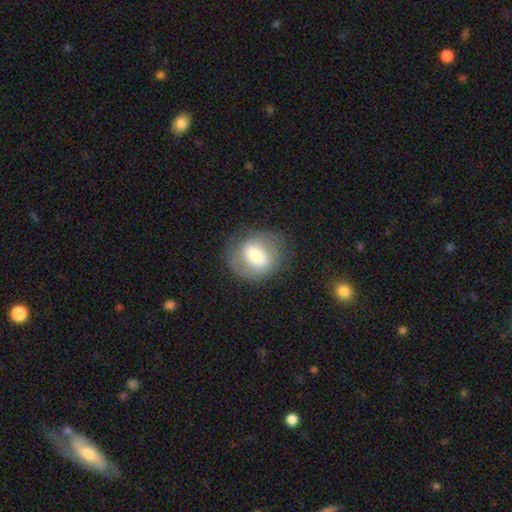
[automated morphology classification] Smooth or featured? Predicted: smooth (p=0.52). How rounded? Predicted: round (p=0.67). Merging? Predicted: none (p=0.73).